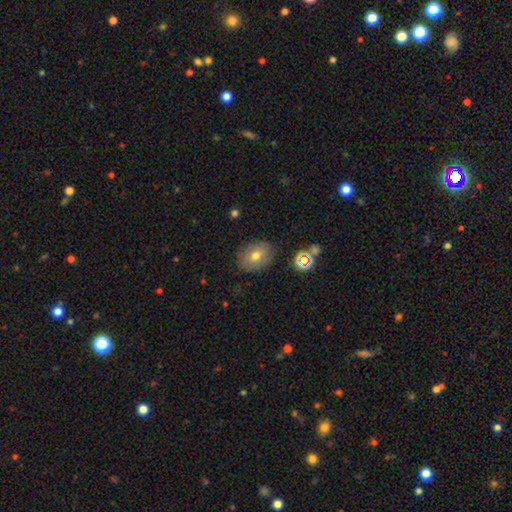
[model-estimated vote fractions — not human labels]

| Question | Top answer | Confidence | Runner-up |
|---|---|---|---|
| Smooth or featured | smooth | 69% | featured or disk (19%) |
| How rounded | in between | 63% | round (36%) |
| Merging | none | 83% | minor disturbance (12%) |